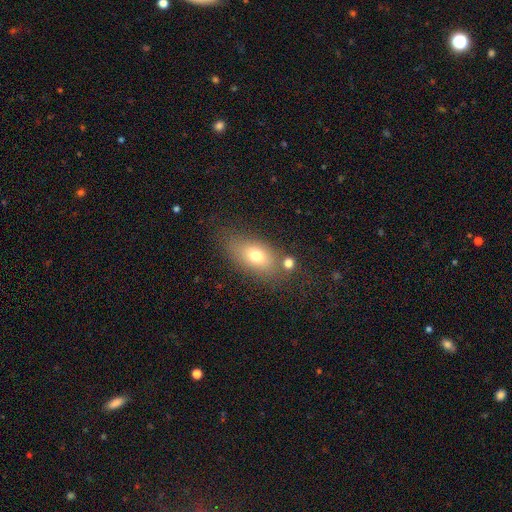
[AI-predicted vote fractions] Smooth or featured?
  - smooth: 71% *
  - featured or disk: 18%
  - star or artifact: 11%
How rounded?
  - in between: 83% *
  - round: 11%
  - cigar-shaped: 7%
Merging?
  - none: 66% *
  - minor disturbance: 16%
  - merger: 11%
  - major disturbance: 6%